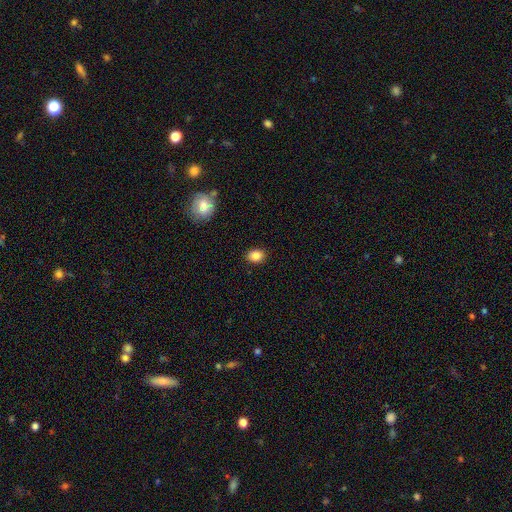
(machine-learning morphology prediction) Smooth or featured?
  - smooth: 86% *
  - star or artifact: 10%
  - featured or disk: 4%
How rounded?
  - in between: 58% *
  - round: 41%
  - cigar-shaped: 1%
Merging?
  - none: 89% *
  - minor disturbance: 8%
  - major disturbance: 2%
  - merger: 1%